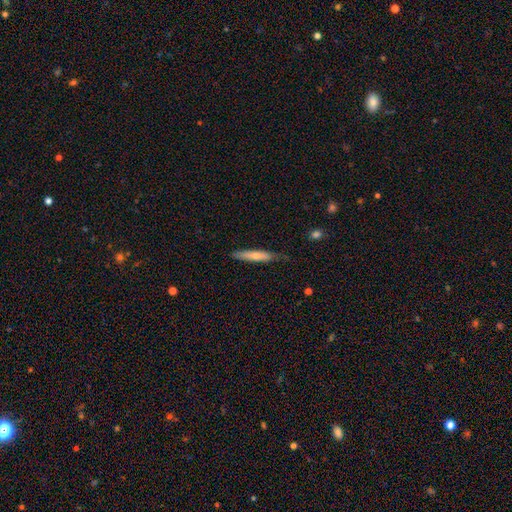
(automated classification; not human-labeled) Smooth or featured? smooth (63%)
How rounded? cigar-shaped (89%)
Merging? none (73%)